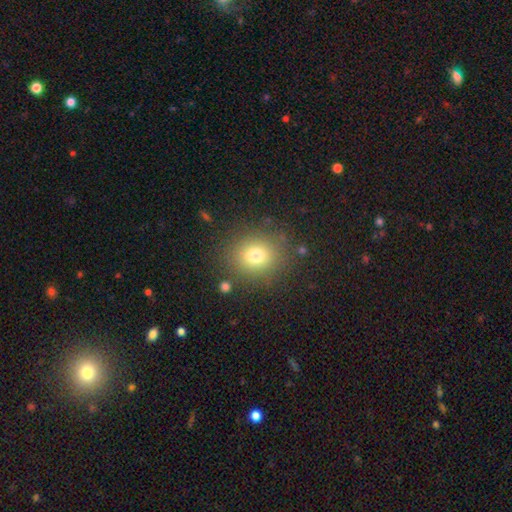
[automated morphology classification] A smooth galaxy with no disk features (75%) that is round (81%).

Vote fractions:
- Smooth or featured? smooth: 75% / star or artifact: 15% / featured or disk: 10%
- How rounded? round: 81% / in between: 18% / cigar-shaped: 1%
- Merging? none: 85% / minor disturbance: 9% / major disturbance: 4% / merger: 2%